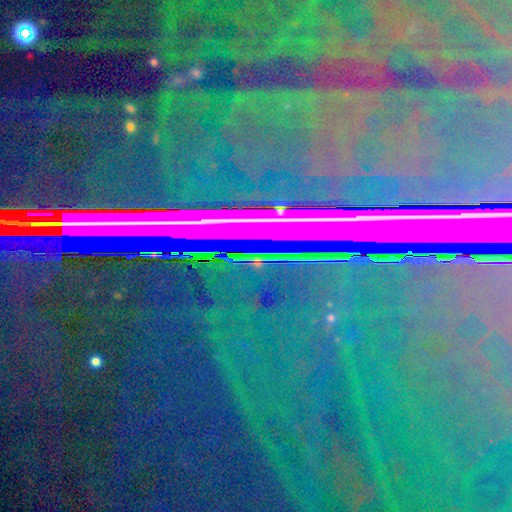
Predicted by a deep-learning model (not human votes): star or artifact 86%, featured or disk 8%, smooth 6%.